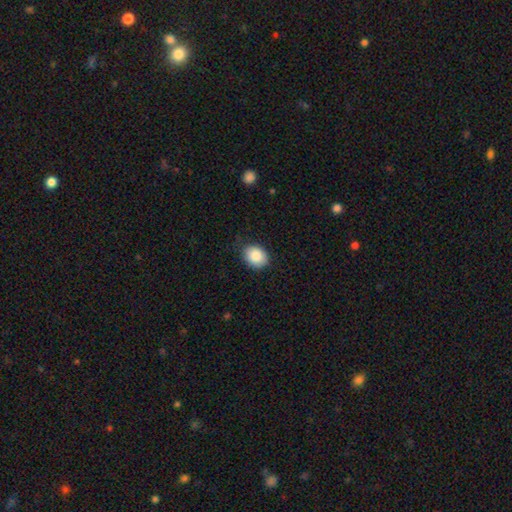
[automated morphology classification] Smooth or featured?
  - smooth: 87% *
  - star or artifact: 8%
  - featured or disk: 5%
How rounded?
  - in between: 55% *
  - round: 44%
  - cigar-shaped: 1%
Merging?
  - none: 78% *
  - minor disturbance: 18%
  - major disturbance: 3%
  - merger: 1%